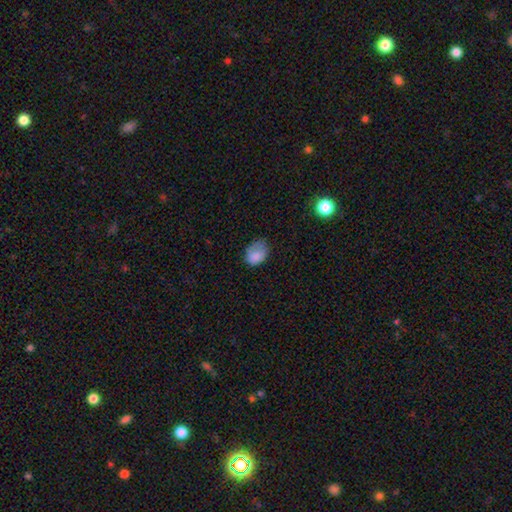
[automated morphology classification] This is clearly a smooth galaxy (81%). How rounded: likely in between (70%). Merging: possibly none (49%).